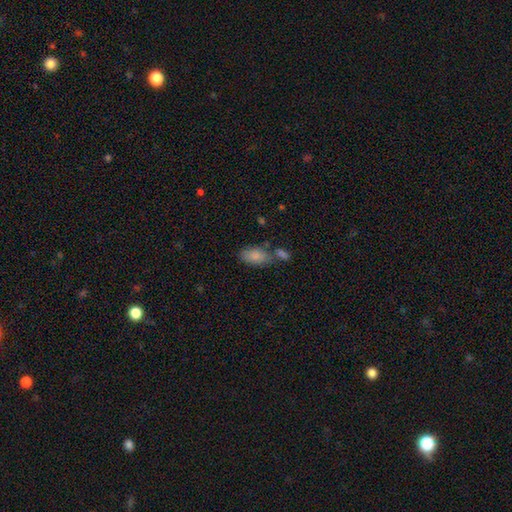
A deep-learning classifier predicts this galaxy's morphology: smooth 85%, star or artifact 7%, featured or disk 7%. Down the decision tree: how rounded — in between (92%); merging — none (56%).